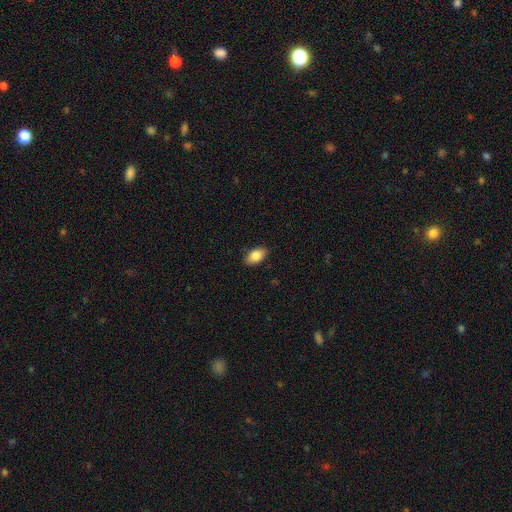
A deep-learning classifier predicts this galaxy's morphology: smooth_or_featured: smooth (p=0.84) [alt: featured or disk p=0.09]
how_rounded: in between (p=0.92) [alt: round p=0.06]
merging: none (p=0.87) [alt: minor disturbance p=0.10]